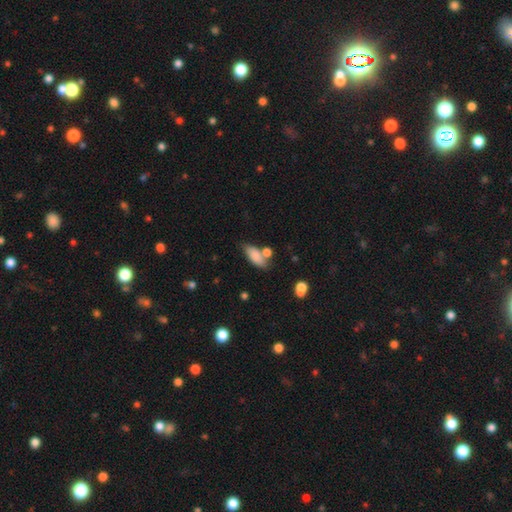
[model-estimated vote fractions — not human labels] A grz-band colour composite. It shows a smooth galaxy with no disk features (81%) that is in between round and cigar-shaped (79%). Merging: none (57%).